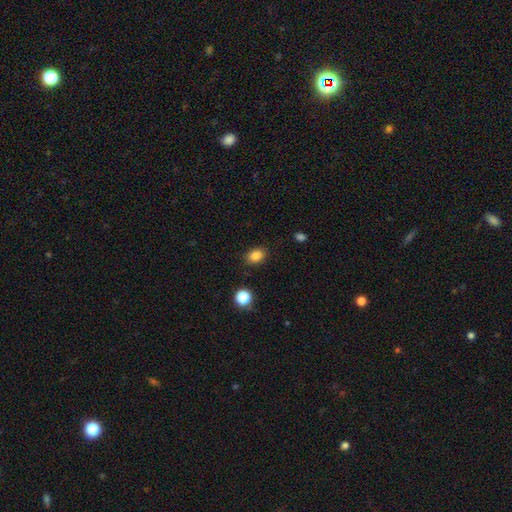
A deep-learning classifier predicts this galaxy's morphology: Smooth or featured: smooth — 85% (star or artifact — 10%)
How rounded: in between — 74% (round — 25%)
Merging: none — 86% (minor disturbance — 9%)